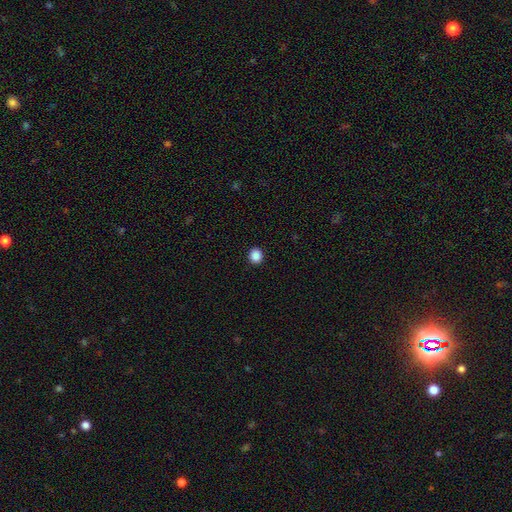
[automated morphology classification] Smooth or featured? Predicted: smooth (p=0.88). How rounded? Predicted: round (p=0.83). Merging? Predicted: none (p=0.93).